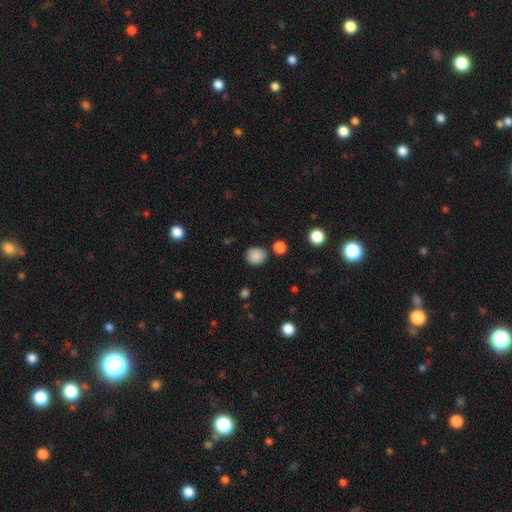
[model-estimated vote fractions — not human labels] Smooth or featured?
  - smooth: 86% *
  - star or artifact: 10%
  - featured or disk: 4%
How rounded?
  - round: 78% *
  - in between: 21%
  - cigar-shaped: 1%
Merging?
  - none: 81% *
  - minor disturbance: 11%
  - merger: 5%
  - major disturbance: 3%